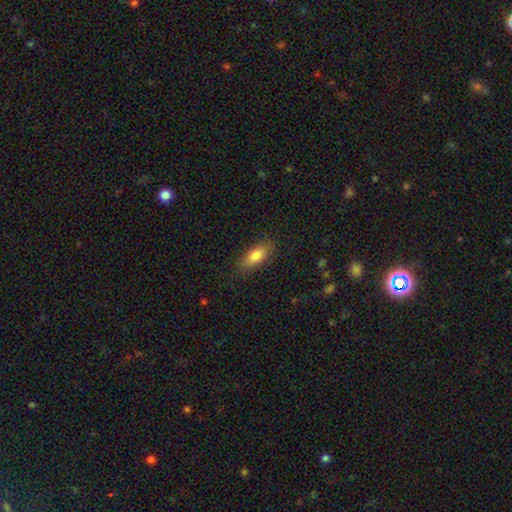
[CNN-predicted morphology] The model was most divided on "how rounded": in between: 81%, cigar-shaped: 16%, round: 3%. More confident: smooth or featured — smooth (82%); merging — none (80%).